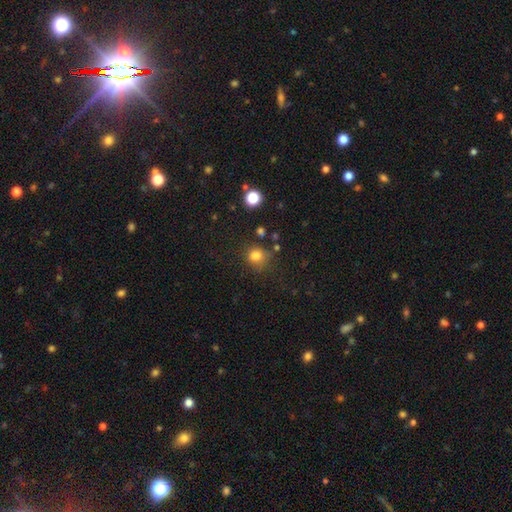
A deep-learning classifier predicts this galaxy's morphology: This is likely a smooth galaxy (80%). How rounded: clearly round (80%). Merging: likely none (67%).